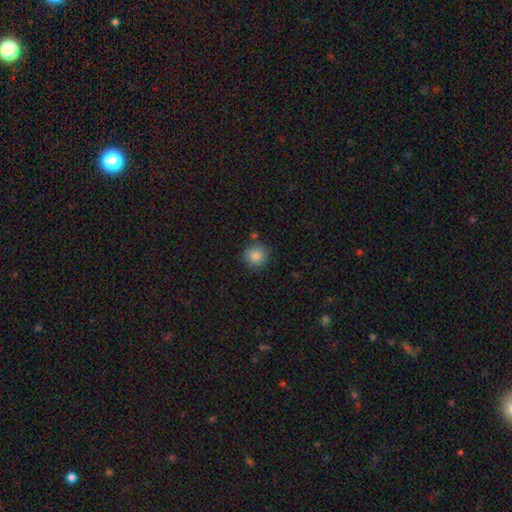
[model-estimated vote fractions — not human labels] smooth 86%, star or artifact 9%, featured or disk 4%. Down the decision tree: how rounded — round (93%); merging — none (83%).